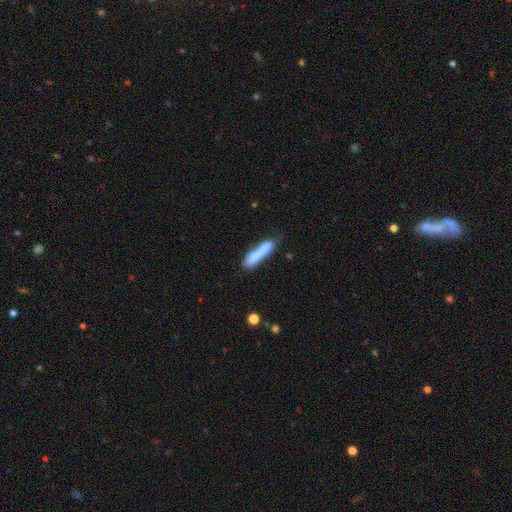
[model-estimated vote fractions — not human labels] This appears to be a smooth galaxy with no disk features (72%) that is cigar-shaped (78%). Merging: none (42%).